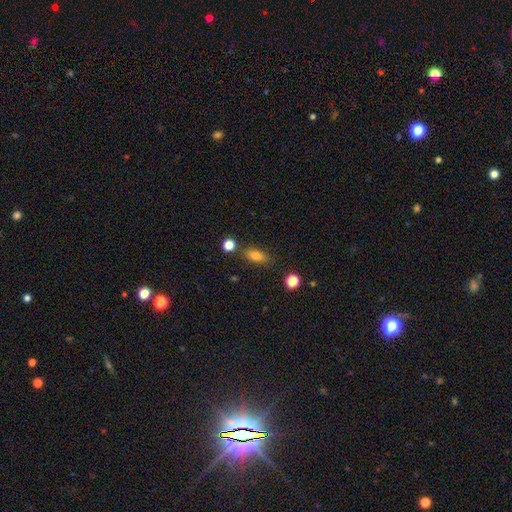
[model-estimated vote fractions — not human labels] This appears to be a smooth galaxy with no disk features (81%) that is in between round and cigar-shaped (81%). Merging: none (78%).